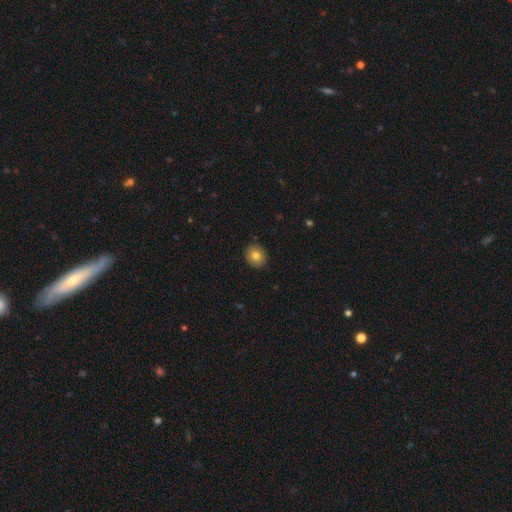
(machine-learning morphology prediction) smooth-or-featured: smooth: 80% | featured or disk: 11% | star or artifact: 9%
  how-rounded: round: 72% | in between: 27% | cigar-shaped: 1%
  merging: none: 90% | minor disturbance: 7% | major disturbance: 2% | merger: 1%